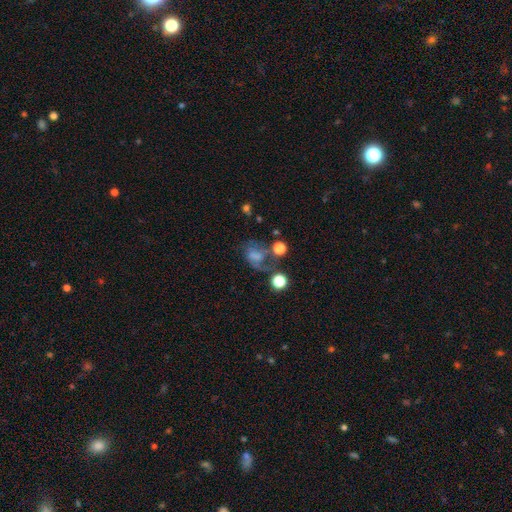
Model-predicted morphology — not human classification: Smooth or featured? smooth (51%)
How rounded? in between (58%)
Merging? major disturbance (37%)